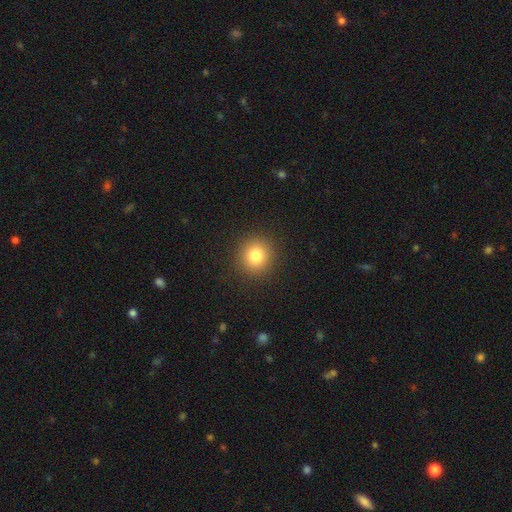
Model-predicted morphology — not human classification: Smooth or featured?
  - smooth: 82% *
  - star or artifact: 12%
  - featured or disk: 6%
How rounded?
  - round: 90% *
  - in between: 9%
  - cigar-shaped: 1%
Merging?
  - none: 91% *
  - minor disturbance: 6%
  - major disturbance: 2%
  - merger: 1%